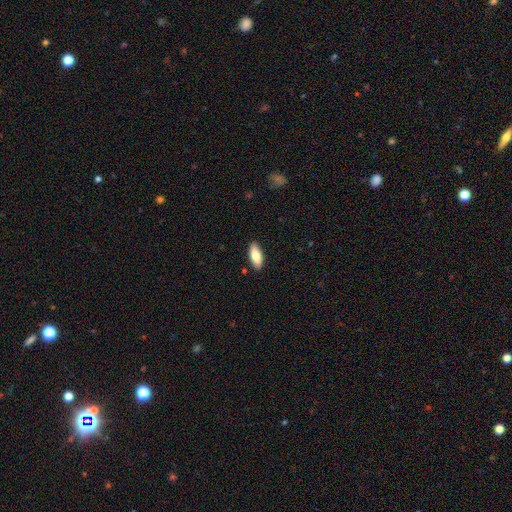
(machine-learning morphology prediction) Overall: smooth (80%). How rounded: in between (78%). Merging: none (88%).